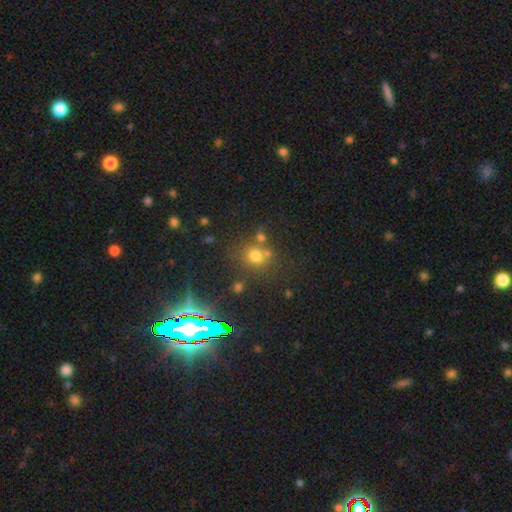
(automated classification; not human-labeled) Morphology: type=smooth (61%); roundness=round (72%); merging=none (58%).